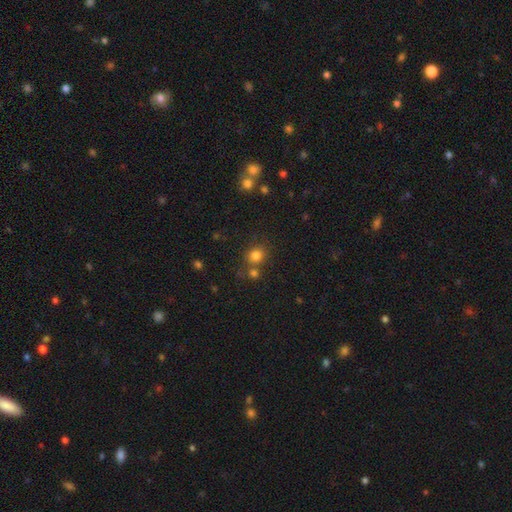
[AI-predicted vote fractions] Q: Smooth or featured?
A: smooth (79%); runner-up: star or artifact (14%)
Q: How rounded?
A: round (80%); runner-up: in between (19%)
Q: Merging?
A: none (66%); runner-up: merger (21%)